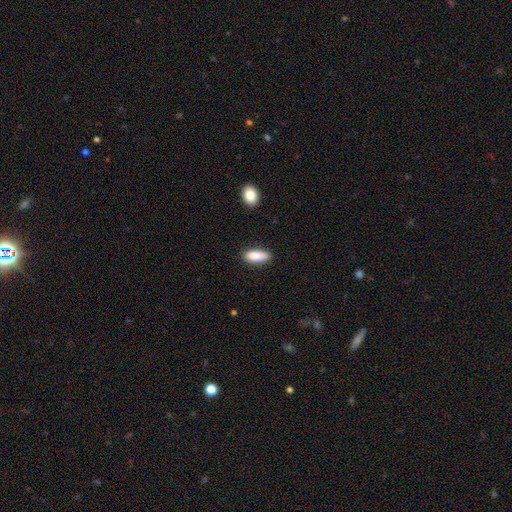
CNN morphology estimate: This is clearly a smooth galaxy (87%). How rounded: likely in between (78%). Merging: clearly none (84%).